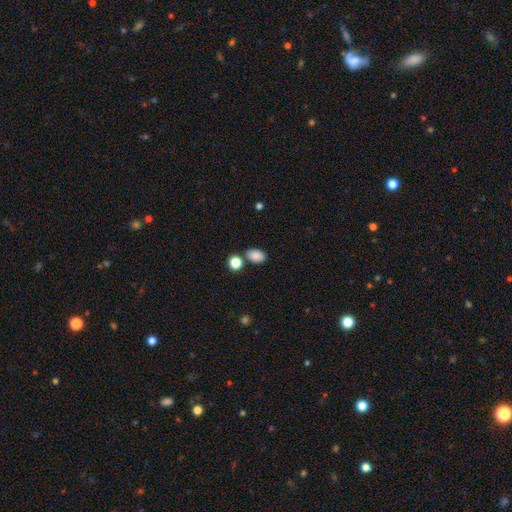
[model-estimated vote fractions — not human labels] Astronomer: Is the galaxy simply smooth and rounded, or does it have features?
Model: smooth — 86%.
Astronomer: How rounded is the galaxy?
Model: in between — 84%.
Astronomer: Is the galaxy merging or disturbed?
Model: none — 76%.